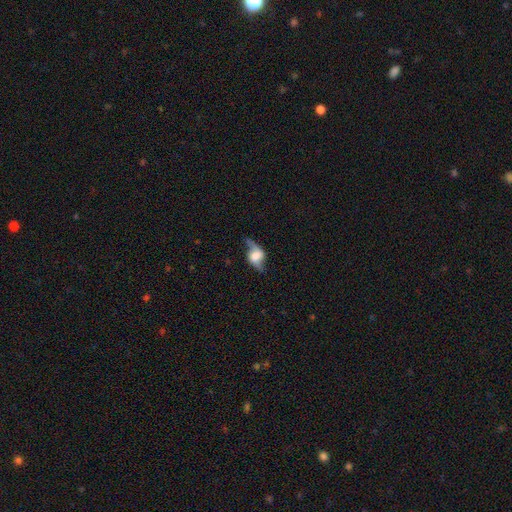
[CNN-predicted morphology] This appears to be a featured or disk galaxy (70%). Merging: none (63%).